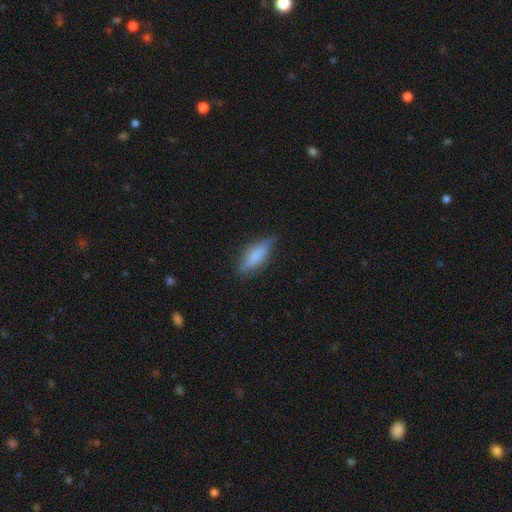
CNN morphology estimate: This is likely a smooth galaxy (63%). How rounded: possibly cigar-shaped (49%). Merging: likely none (76%).